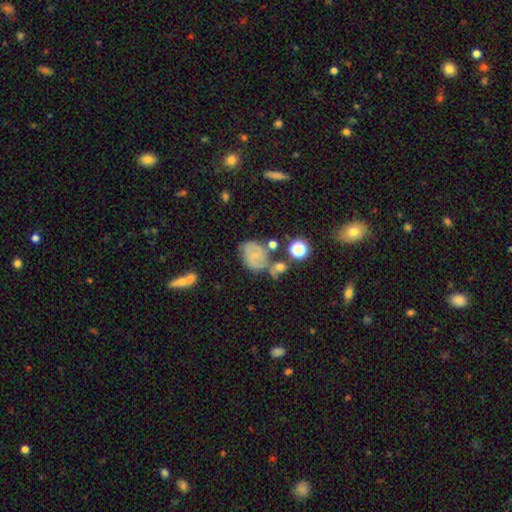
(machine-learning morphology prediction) smooth 45%, featured or disk 40%, star or artifact 15%. Down the decision tree: merging — none (49%).